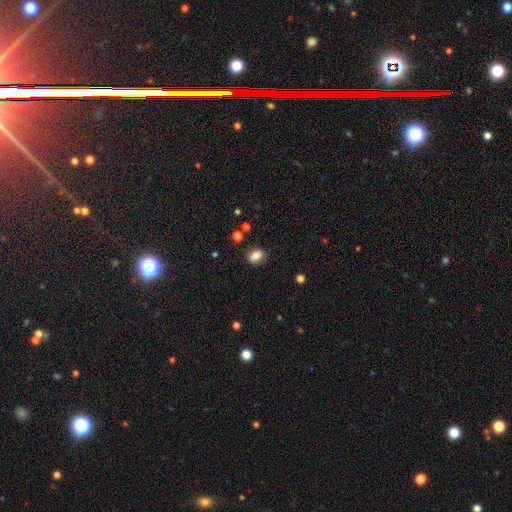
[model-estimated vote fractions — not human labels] This appears to be a smooth galaxy with no disk features (74%) that is in between round and cigar-shaped (67%). Merging: none (79%).